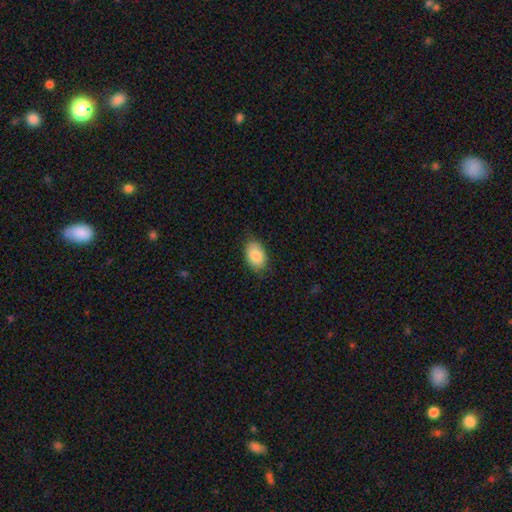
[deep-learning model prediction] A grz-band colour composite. It shows a smooth galaxy with no disk features (85%) that is in between round and cigar-shaped (89%). Merging: none (80%).